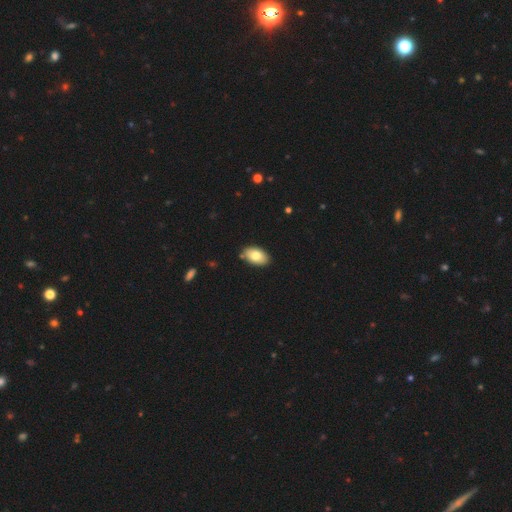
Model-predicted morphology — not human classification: type=smooth (80%); roundness=in between (93%); merging=none (84%).